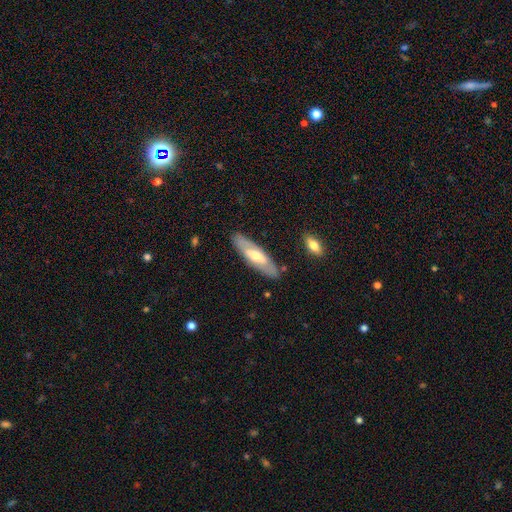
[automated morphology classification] A featured or disk galaxy (54%).

Vote fractions:
- Smooth or featured? featured or disk: 54% / smooth: 41% / star or artifact: 6%
- Edge-on disk? no: 62% / yes: 38%
- Merging? none: 84% / minor disturbance: 11% / major disturbance: 3% / merger: 2%